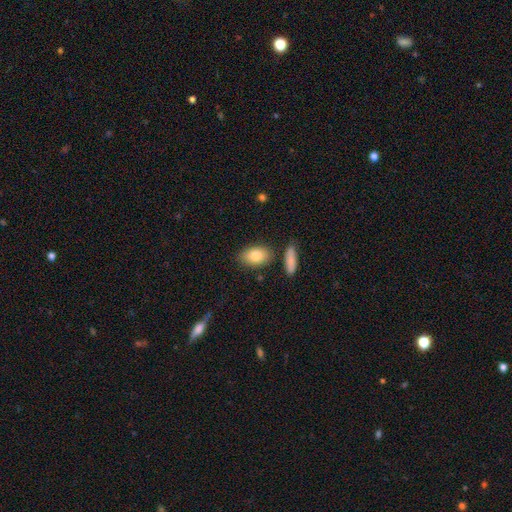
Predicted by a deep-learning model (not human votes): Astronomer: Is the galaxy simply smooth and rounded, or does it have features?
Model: smooth — 82%.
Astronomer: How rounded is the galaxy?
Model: in between — 87%.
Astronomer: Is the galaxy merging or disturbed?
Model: none — 79%.